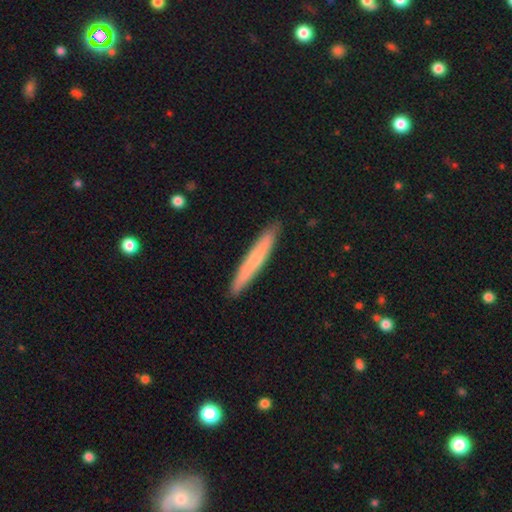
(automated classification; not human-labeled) smooth_or_featured: smooth (p=0.62) [alt: featured or disk p=0.32]
how_rounded: cigar-shaped (p=0.96) [alt: in between p=0.03]
merging: none (p=0.91) [alt: minor disturbance p=0.07]